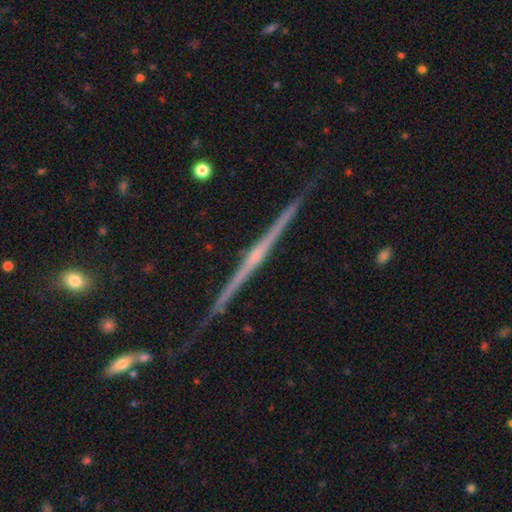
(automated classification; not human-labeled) A featured or disk galaxy (85%) viewed edge-on (98%) with a rounded central bulge (65%).

Vote fractions:
- Smooth or featured? featured or disk: 85% / smooth: 8% / star or artifact: 7%
- Edge-on disk? yes: 98% / no: 2%
- Edge-on bulge? rounded: 65% / none: 27% / boxy: 8%
- Merging? none: 88% / minor disturbance: 8% / merger: 2% / major disturbance: 2%